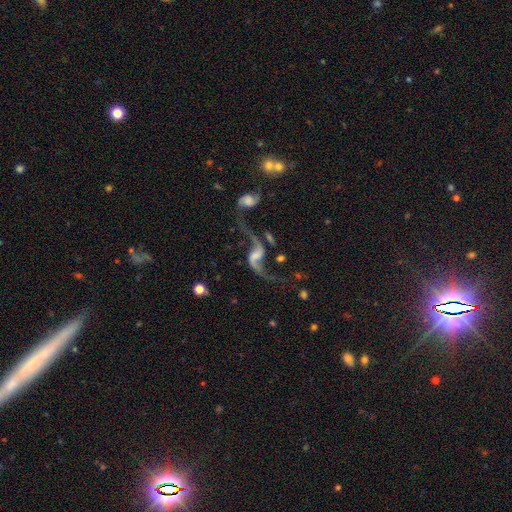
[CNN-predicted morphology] The model was most divided on "bar": weak: 43%, no: 36%, strong: 21%. Remaining: edge-on disk — no (96%); spiral arms — yes (95%); spiral arm count — 2 (93%); spiral winding — loose (92%); smooth or featured — featured or disk (88%); merging — none (46%); bulge size — none (36%).